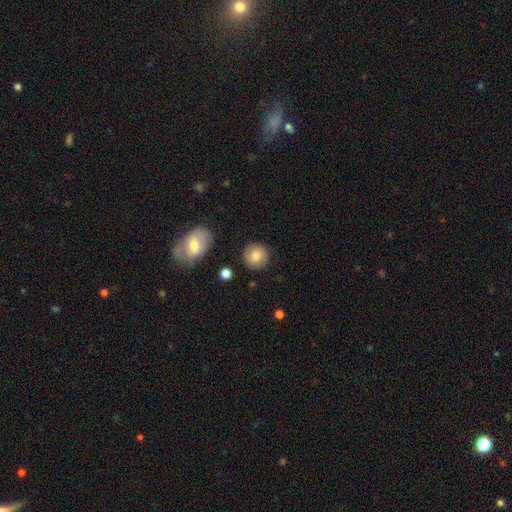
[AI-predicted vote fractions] Q: Smooth or featured?
A: smooth (74%); runner-up: featured or disk (19%)
Q: How rounded?
A: round (91%); runner-up: in between (8%)
Q: Merging?
A: none (86%); runner-up: minor disturbance (9%)